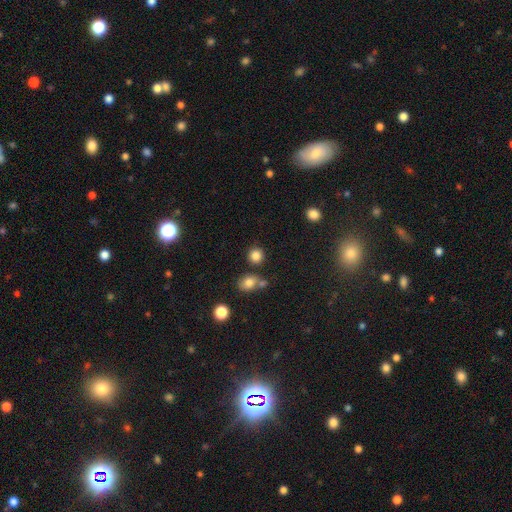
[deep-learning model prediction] smooth-or-featured: smooth: 83% | star or artifact: 12% | featured or disk: 6%
  how-rounded: round: 87% | in between: 12% | cigar-shaped: 1%
  merging: none: 78% | merger: 11% | minor disturbance: 9% | major disturbance: 3%